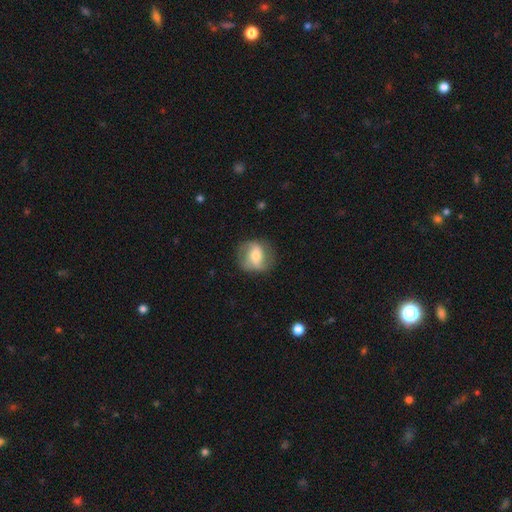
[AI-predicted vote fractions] Smooth or featured? featured or disk (59%)
Edge-on disk? no (95%)
Bar? weak (38%)
Spiral arms? yes (80%)
Bulge size? moderate (54%)
Merging? none (75%)